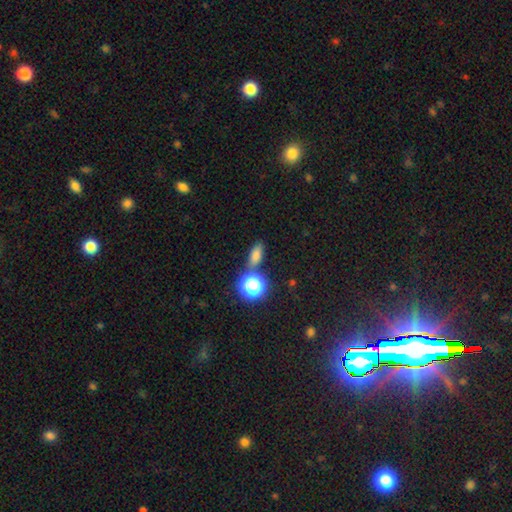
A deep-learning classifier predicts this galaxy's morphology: Smooth or featured?
  - smooth: 73% *
  - star or artifact: 19%
  - featured or disk: 8%
How rounded?
  - in between: 68% *
  - round: 20%
  - cigar-shaped: 11%
Merging?
  - none: 74% *
  - minor disturbance: 12%
  - merger: 10%
  - major disturbance: 4%